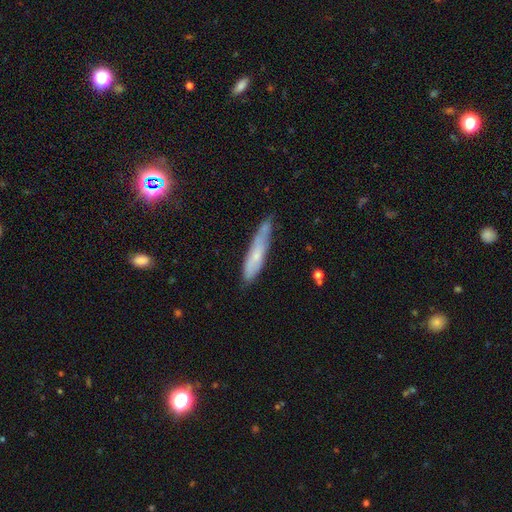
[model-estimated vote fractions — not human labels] This is possibly a smooth galaxy (55%). How rounded: clearly cigar-shaped (86%). Merging: possibly none (59%).